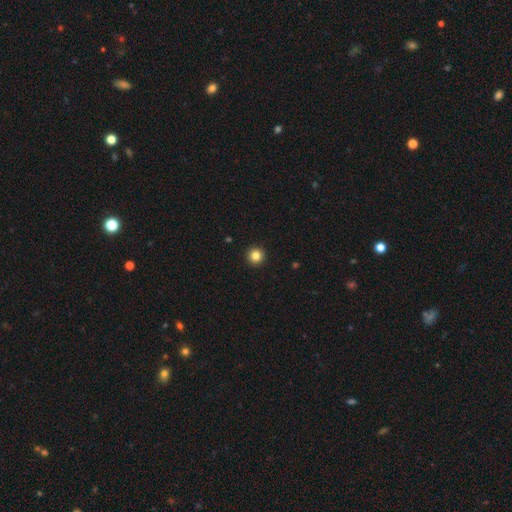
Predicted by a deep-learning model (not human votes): Smooth or featured?
  - smooth: 84% *
  - star or artifact: 11%
  - featured or disk: 5%
How rounded?
  - round: 96% *
  - in between: 3%
  - cigar-shaped: 1%
Merging?
  - none: 94% *
  - minor disturbance: 4%
  - major disturbance: 1%
  - merger: 1%